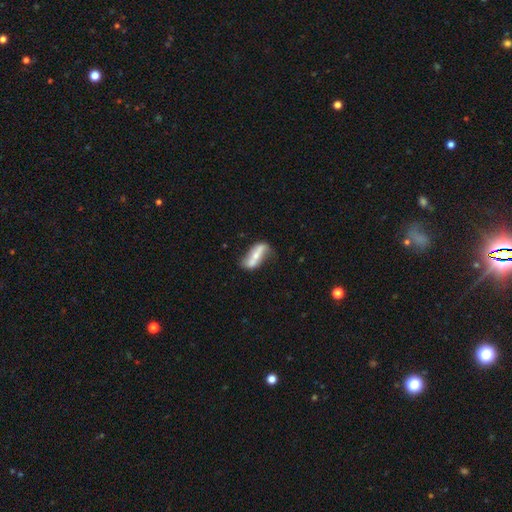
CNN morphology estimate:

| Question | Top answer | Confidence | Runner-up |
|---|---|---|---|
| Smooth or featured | featured or disk | 62% | smooth (32%) |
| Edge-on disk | no | 73% | yes (27%) |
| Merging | none | 57% | minor disturbance (24%) |